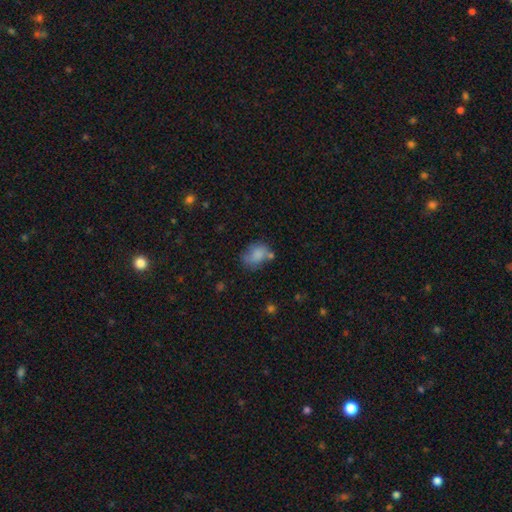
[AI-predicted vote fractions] The model was most divided on "merging": none: 47%, minor disturbance: 28%, major disturbance: 13%, merger: 12%. More confident: smooth or featured — smooth (74%); how rounded — in between (71%).